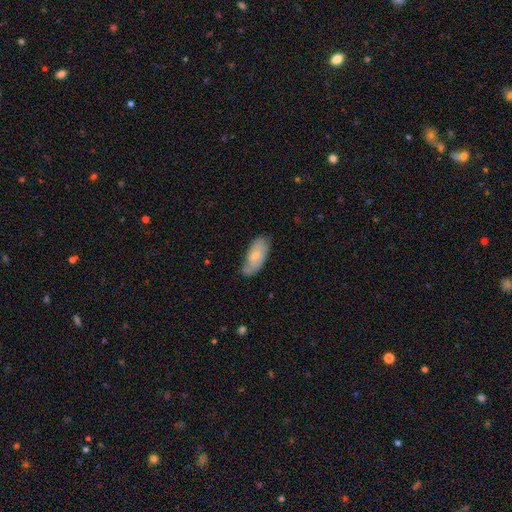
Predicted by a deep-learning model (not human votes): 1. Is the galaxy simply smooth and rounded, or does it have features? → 58% smooth, 36% featured or disk, 6% star or artifact.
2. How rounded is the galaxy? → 88% in between, 9% cigar-shaped, 3% round.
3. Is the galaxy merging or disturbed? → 58% none, 32% minor disturbance, 8% major disturbance, 2% merger.